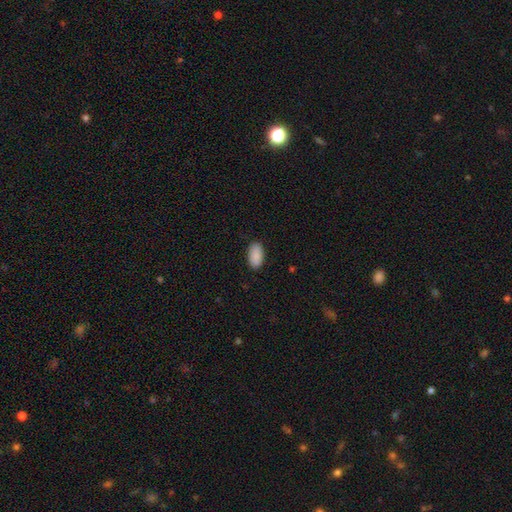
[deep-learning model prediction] This is clearly a smooth galaxy (90%). How rounded: clearly in between (95%). Merging: clearly none (89%).